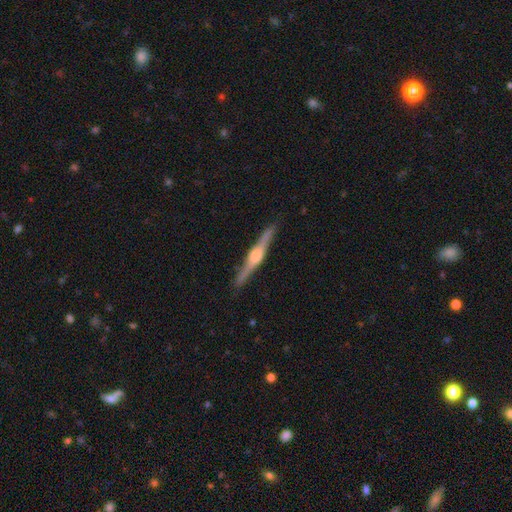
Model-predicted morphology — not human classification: smooth_or_featured: featured or disk (p=0.84) [alt: smooth p=0.11]
disk_edge_on: yes (p=0.98) [alt: no p=0.02]
edge_on_bulge: rounded (p=0.84) [alt: boxy p=0.12]
merging: none (p=0.91) [alt: minor disturbance p=0.07]